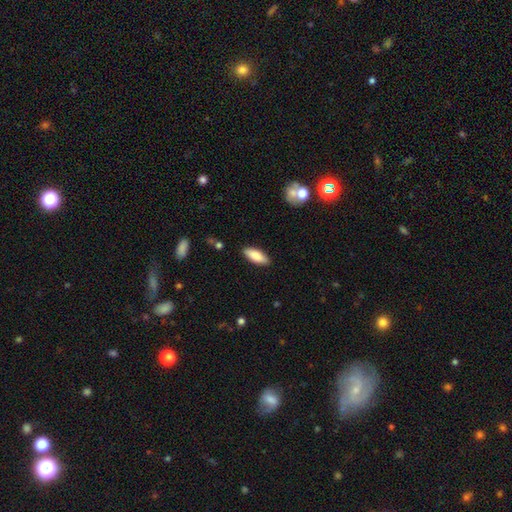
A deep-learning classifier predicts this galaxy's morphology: Smooth or featured? Predicted: smooth (p=0.84). How rounded? Predicted: in between (p=0.74). Merging? Predicted: none (p=0.88).